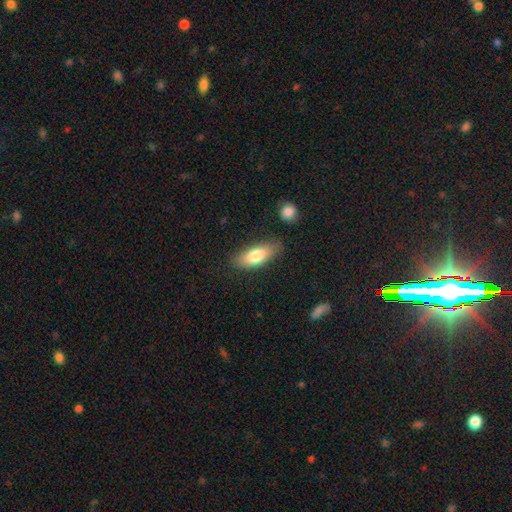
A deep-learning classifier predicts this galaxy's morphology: smooth_or_featured: smooth (p=0.79) [alt: featured or disk p=0.15]
how_rounded: in between (p=0.76) [alt: cigar-shaped p=0.22]
merging: none (p=0.78) [alt: minor disturbance p=0.15]